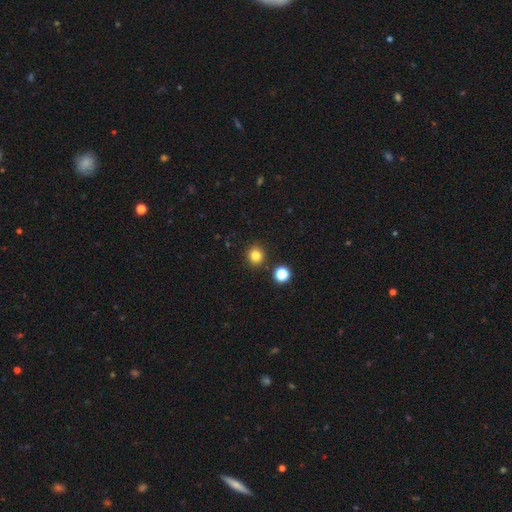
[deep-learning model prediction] This is clearly a smooth galaxy (82%). How rounded: clearly round (90%). Merging: clearly none (88%).